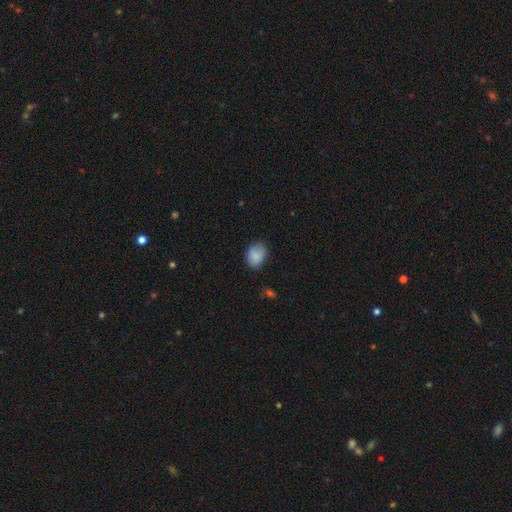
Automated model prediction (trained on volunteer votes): smooth_or_featured: smooth (p=0.85) [alt: star or artifact p=0.08]
how_rounded: in between (p=0.65) [alt: round p=0.34]
merging: none (p=0.73) [alt: minor disturbance p=0.22]